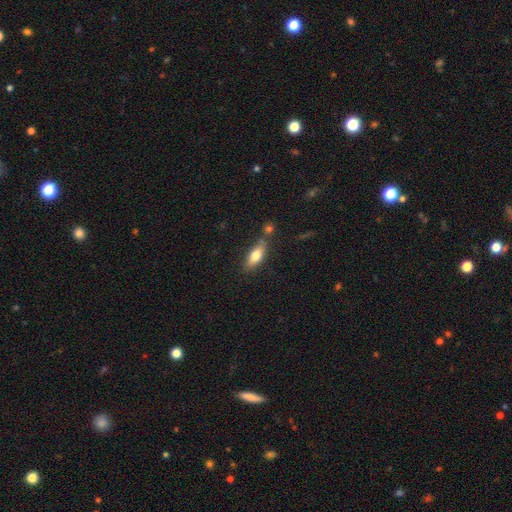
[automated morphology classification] type=smooth (70%); roundness=in between (67%); merging=none (67%).